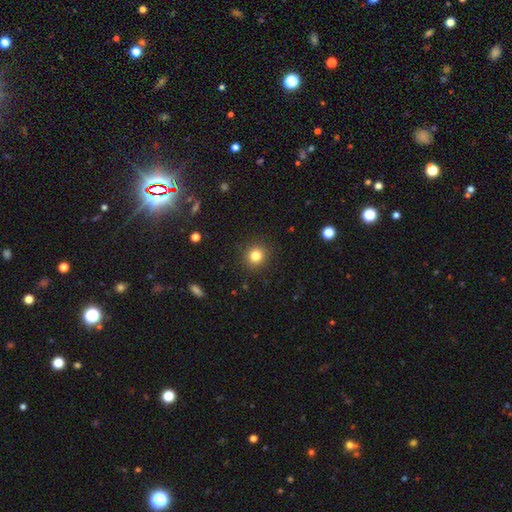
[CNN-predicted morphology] smooth-or-featured: smooth: 82% | star or artifact: 12% | featured or disk: 6%
  how-rounded: round: 89% | in between: 10% | cigar-shaped: 1%
  merging: none: 90% | minor disturbance: 6% | major disturbance: 2% | merger: 1%